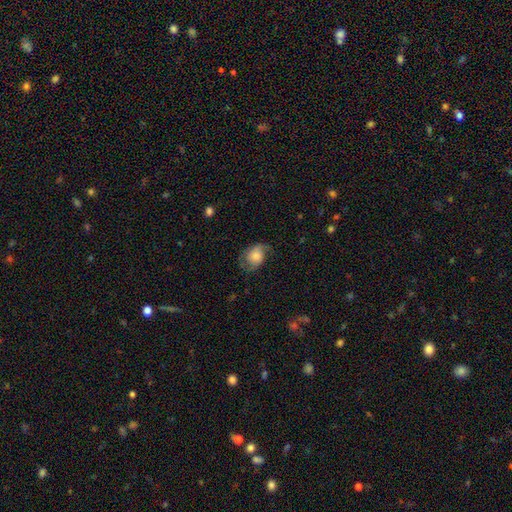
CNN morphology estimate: A featured or disk galaxy (49%). Merging: none (56%).